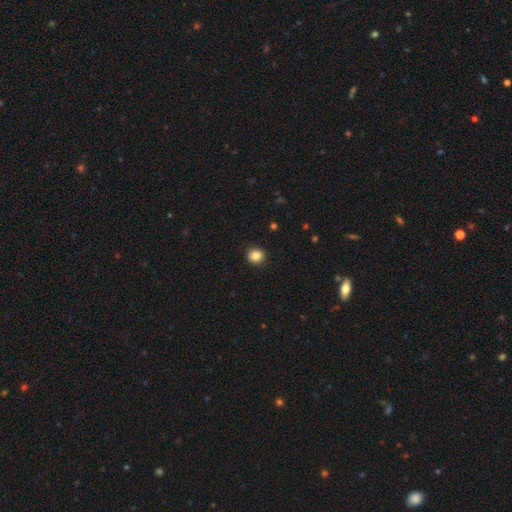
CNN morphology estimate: type=smooth (86%); roundness=round (85%); merging=none (90%).